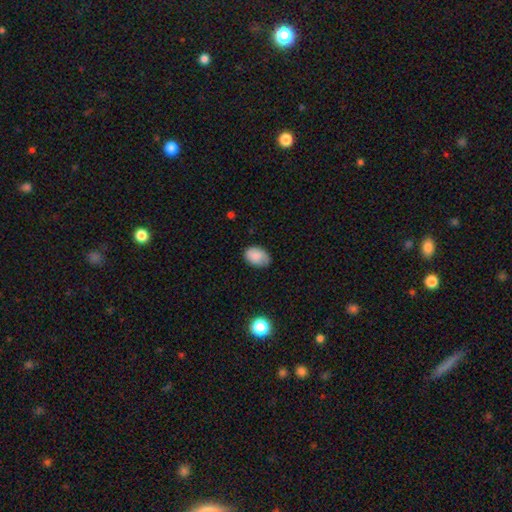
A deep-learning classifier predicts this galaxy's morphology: smooth 86%, star or artifact 8%, featured or disk 7%. Down the decision tree: how rounded — in between (82%); merging — none (72%).